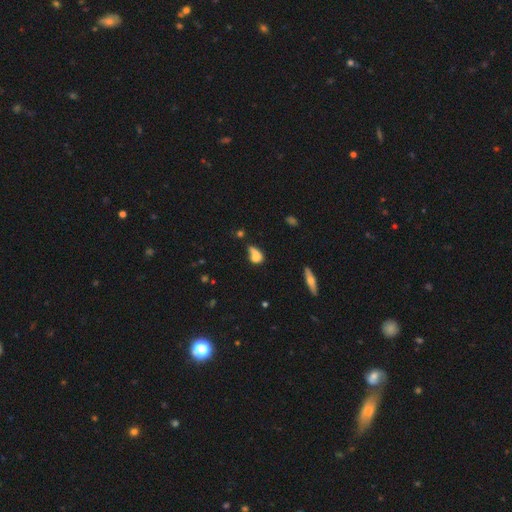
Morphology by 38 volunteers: smooth 71%, featured or disk 24%, star or artifact 5%. Down the decision tree: how rounded — in between (70%); merging — none (33%).